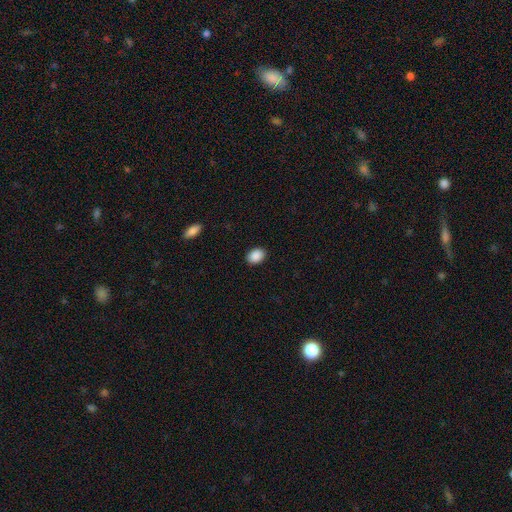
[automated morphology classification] The model was most divided on "how rounded": in between: 72%, round: 27%, cigar-shaped: 1%. More confident: merging — none (90%); smooth or featured — smooth (90%).